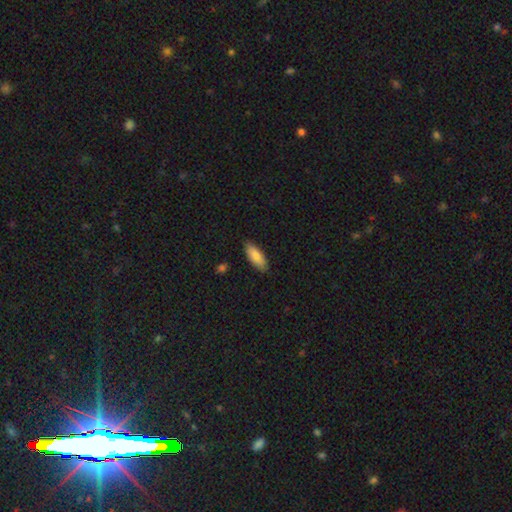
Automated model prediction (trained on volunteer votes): This appears to be a smooth galaxy with no disk features (84%) that is in between round and cigar-shaped (75%). Merging: none (86%).